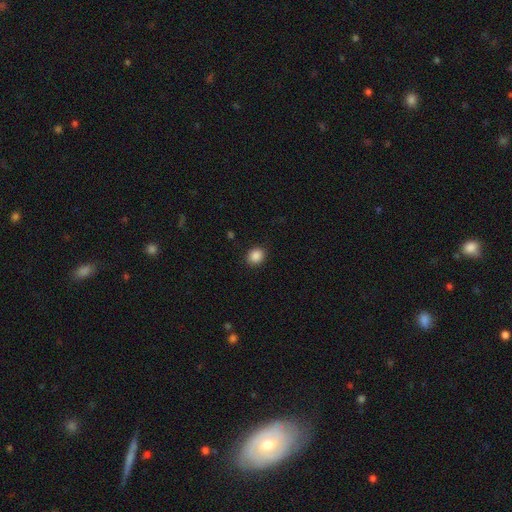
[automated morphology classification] This appears to be a smooth galaxy with no disk features (88%) that is round (65%). Merging: none (89%).